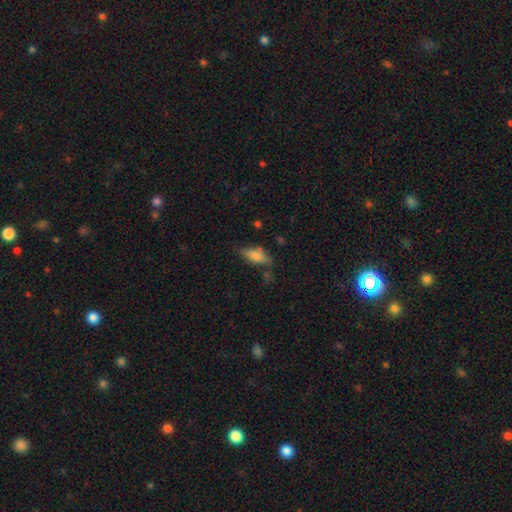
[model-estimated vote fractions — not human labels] Overall: smooth (74%). How rounded: in between (75%). Merging: none (60%; minor disturbance 25%).